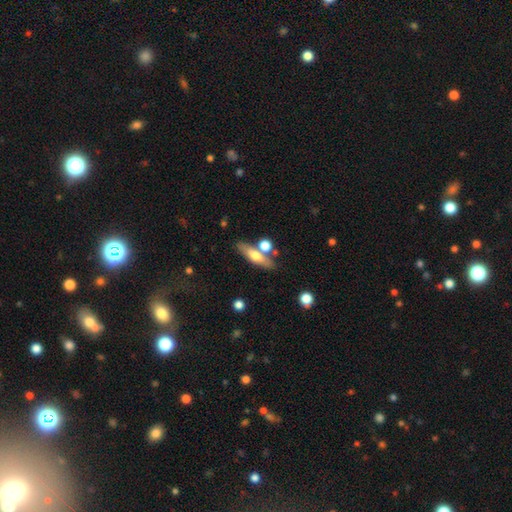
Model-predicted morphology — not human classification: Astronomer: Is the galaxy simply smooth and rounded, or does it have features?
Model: smooth — 56% (runner-up: featured or disk, 37%).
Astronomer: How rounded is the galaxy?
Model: cigar-shaped — 59% (runner-up: in between, 37%).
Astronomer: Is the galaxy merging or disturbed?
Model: none — 68%.